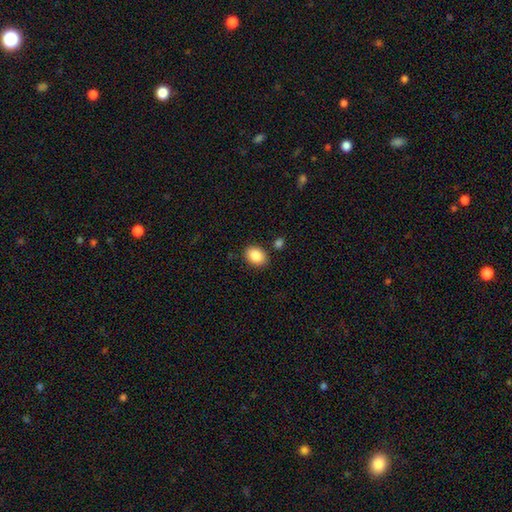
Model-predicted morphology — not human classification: This appears to be a smooth galaxy with no disk features (87%) that is in between round and cigar-shaped (72%). Merging: none (85%).